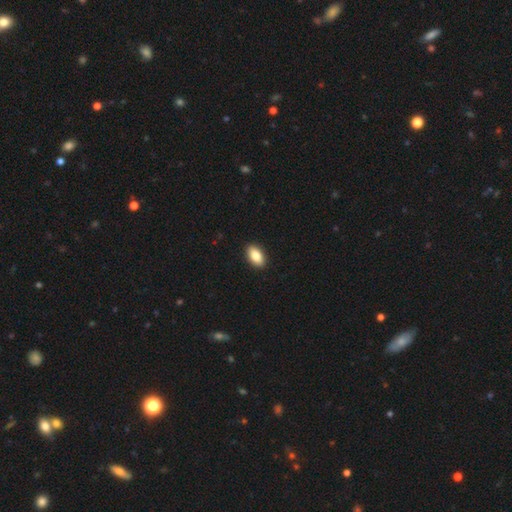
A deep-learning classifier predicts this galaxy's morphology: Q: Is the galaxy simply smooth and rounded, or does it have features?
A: smooth — 84%.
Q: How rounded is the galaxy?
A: in between — 92%.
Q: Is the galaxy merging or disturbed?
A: none — 92%.